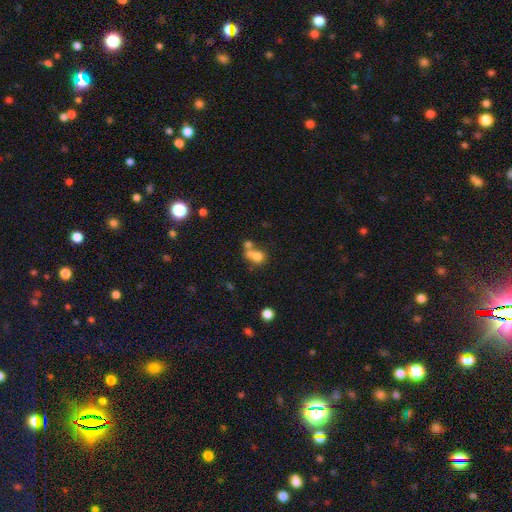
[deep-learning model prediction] This is likely a smooth galaxy (71%). How rounded: possibly round (57%). Merging: possibly merger (56%).